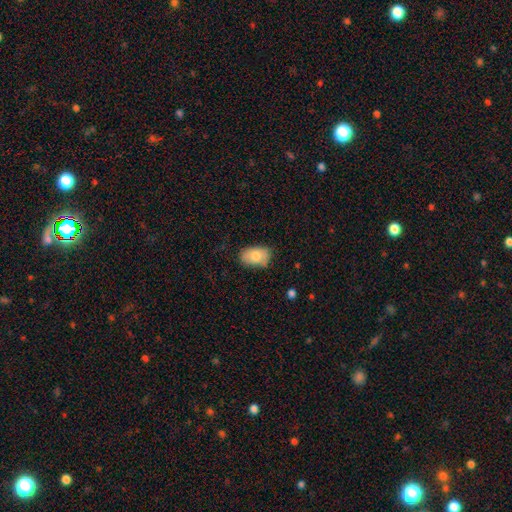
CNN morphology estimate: The model was most divided on "merging": none: 71%, minor disturbance: 23%, major disturbance: 5%, merger: 1%. More confident: how rounded — in between (88%); smooth or featured — smooth (79%).